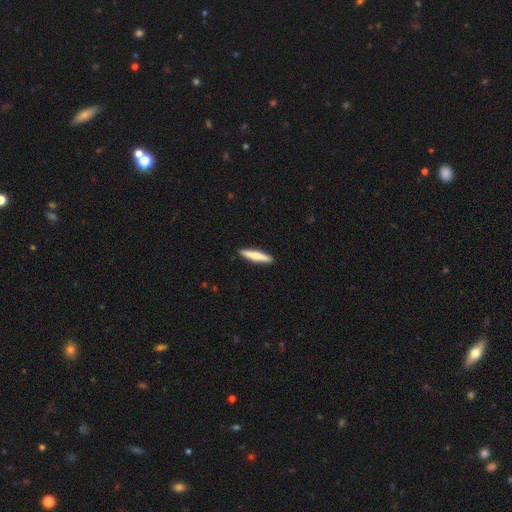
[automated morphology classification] This appears to be a smooth galaxy with no disk features (65%) that is cigar-shaped (89%). Merging: none (92%).